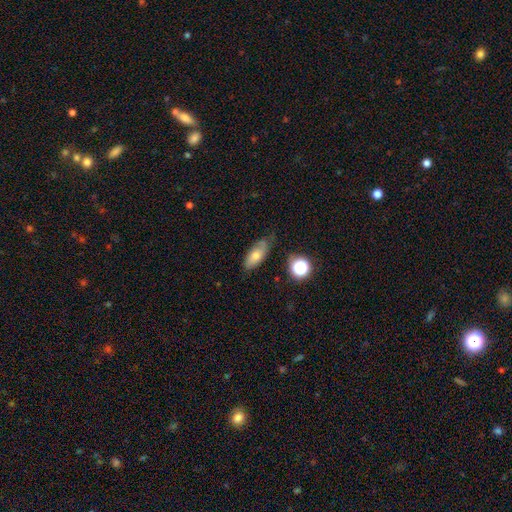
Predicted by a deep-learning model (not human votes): Q: Smooth or featured?
A: smooth (65%); runner-up: featured or disk (24%)
Q: How rounded?
A: in between (81%); runner-up: cigar-shaped (14%)
Q: Merging?
A: none (59%); runner-up: minor disturbance (30%)